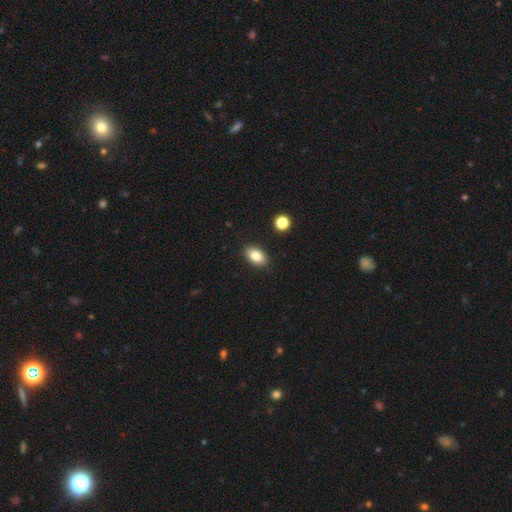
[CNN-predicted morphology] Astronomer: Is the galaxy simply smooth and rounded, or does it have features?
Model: smooth — 83%.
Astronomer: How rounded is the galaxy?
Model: in between — 89%.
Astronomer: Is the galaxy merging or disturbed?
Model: none — 88%.